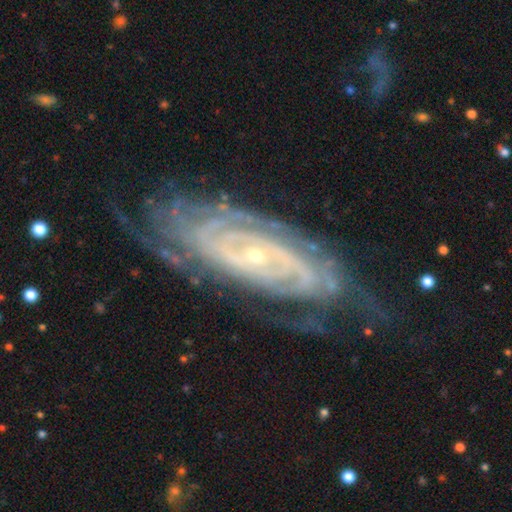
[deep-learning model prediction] Morphology: type=featured or disk (90%); edge-on=no (92%); bar=no (64%); spiral arms=yes (98%); winding=tight (79%); arm count=can't tell (28%); bulge=small (81%); merging=none (73%).